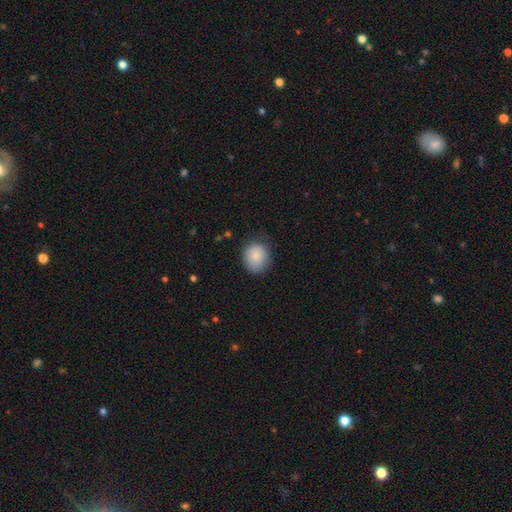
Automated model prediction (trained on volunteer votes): Morphology: type=smooth (83%); roundness=round (76%); merging=none (77%).